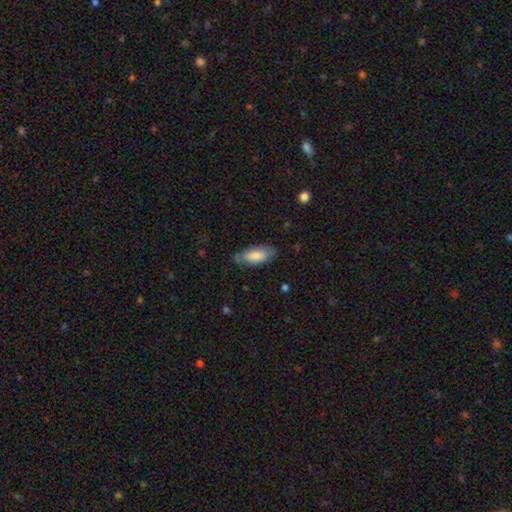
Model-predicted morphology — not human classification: Smooth or featured?
  - smooth: 80% *
  - featured or disk: 14%
  - star or artifact: 6%
How rounded?
  - in between: 86% *
  - cigar-shaped: 12%
  - round: 2%
Merging?
  - none: 69% *
  - minor disturbance: 24%
  - major disturbance: 5%
  - merger: 2%